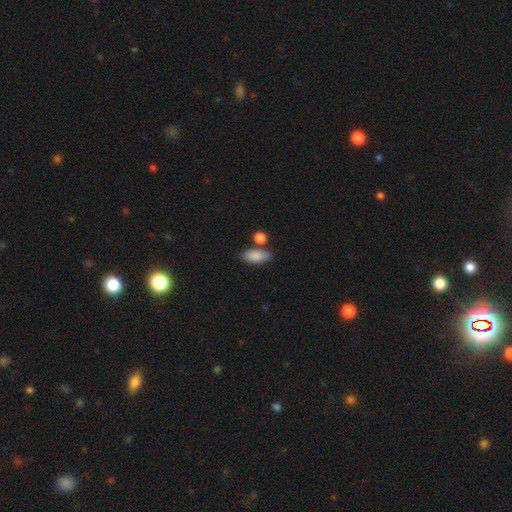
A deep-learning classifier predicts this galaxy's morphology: This is clearly a smooth galaxy (86%). How rounded: clearly in between (89%). Merging: likely none (66%).